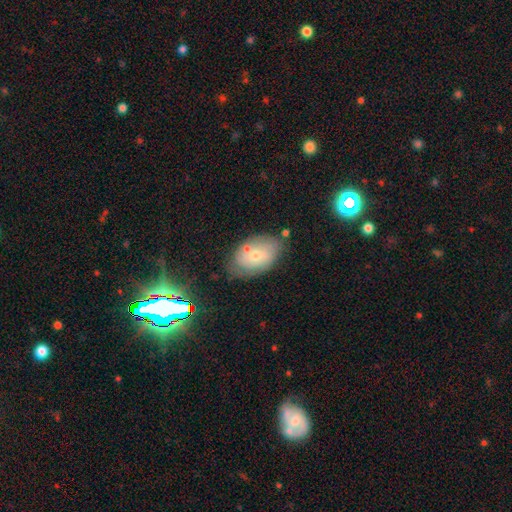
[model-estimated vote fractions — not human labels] A smooth galaxy with no disk features (56%) that is in between round and cigar-shaped (88%). Merging: none (64%).